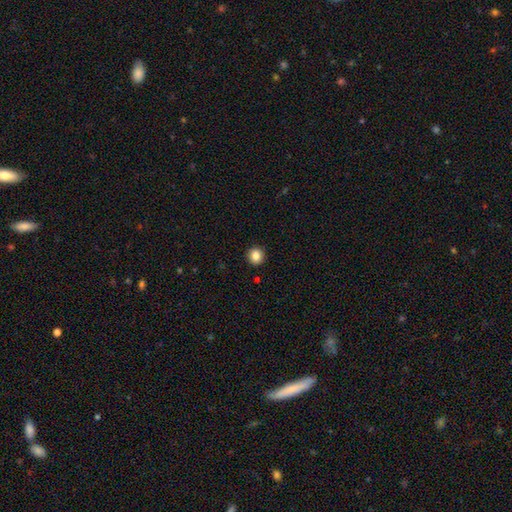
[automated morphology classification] Smooth or featured?
  - smooth: 85% *
  - star or artifact: 10%
  - featured or disk: 4%
How rounded?
  - round: 93% *
  - in between: 6%
  - cigar-shaped: 1%
Merging?
  - none: 92% *
  - minor disturbance: 5%
  - major disturbance: 2%
  - merger: 1%